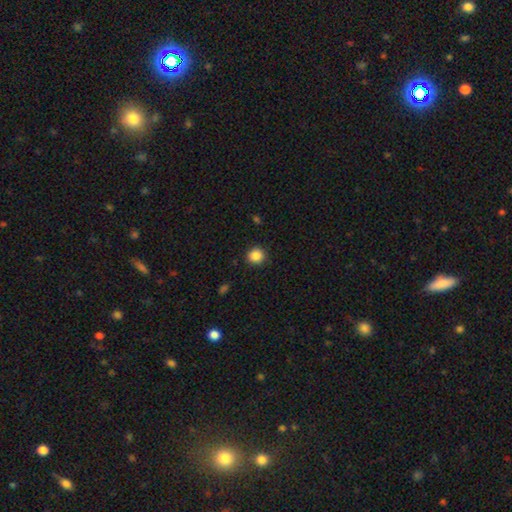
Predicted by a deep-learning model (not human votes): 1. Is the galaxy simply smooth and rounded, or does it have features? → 86% smooth, 10% star or artifact, 4% featured or disk.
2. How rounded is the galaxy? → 91% round, 8% in between, 1% cigar-shaped.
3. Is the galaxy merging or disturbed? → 90% none, 7% minor disturbance, 2% major disturbance, 1% merger.